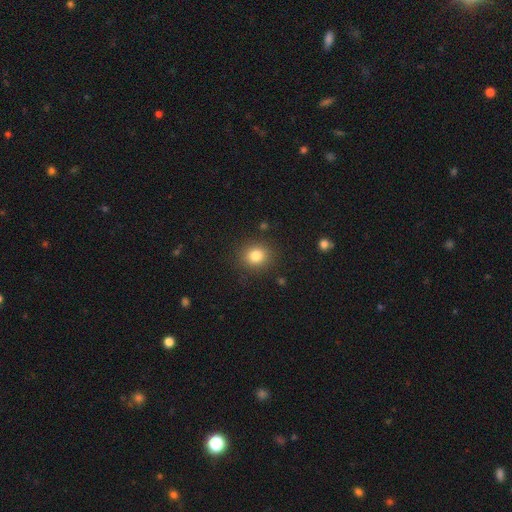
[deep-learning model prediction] Smooth or featured?
  - smooth: 82% *
  - star or artifact: 12%
  - featured or disk: 7%
How rounded?
  - round: 81% *
  - in between: 18%
  - cigar-shaped: 1%
Merging?
  - none: 88% *
  - minor disturbance: 8%
  - major disturbance: 3%
  - merger: 1%